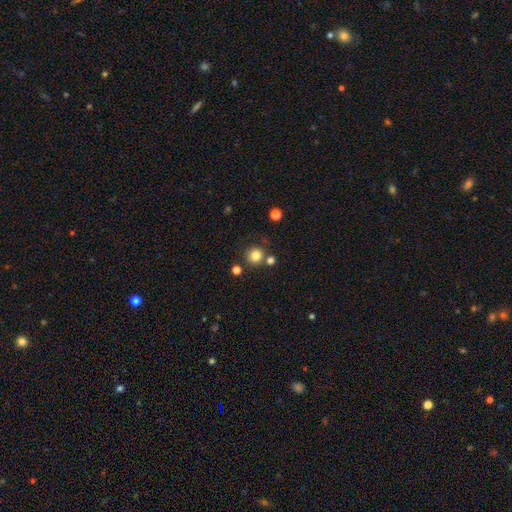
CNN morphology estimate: This is clearly a smooth galaxy (81%). How rounded: clearly round (92%). Merging: likely none (77%).